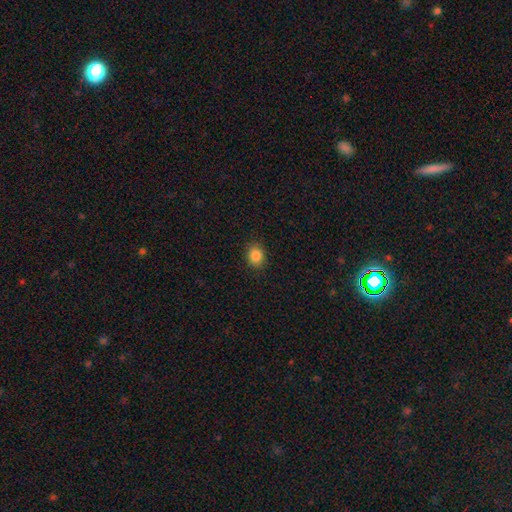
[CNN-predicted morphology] A smooth galaxy with no disk features (86%) that is round (53%). Merging: none (89%).